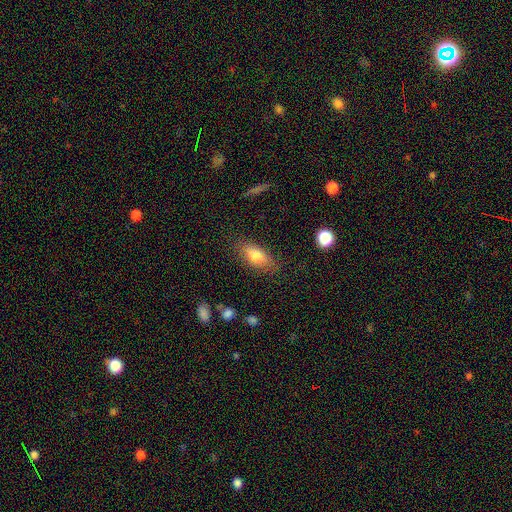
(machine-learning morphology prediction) This is likely a smooth galaxy (77%). How rounded: clearly in between (83%). Merging: likely none (79%).